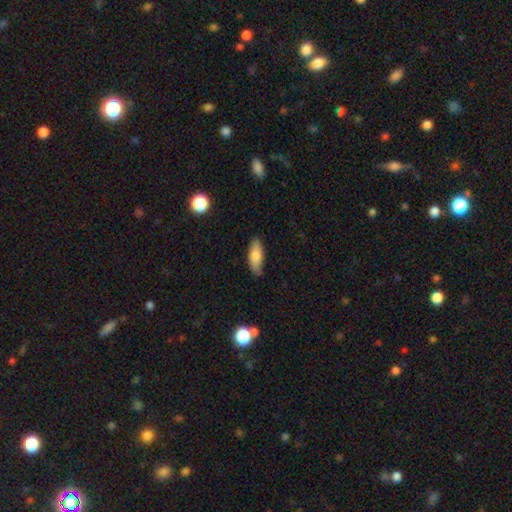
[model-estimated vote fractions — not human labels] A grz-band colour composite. It shows a smooth galaxy with no disk features (80%) that is in between round and cigar-shaped (75%). Merging: none (80%).